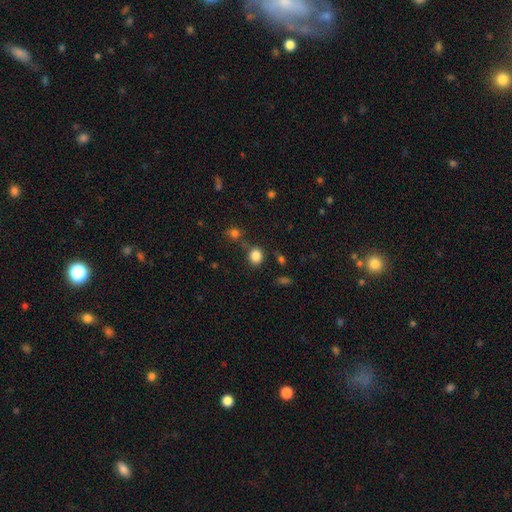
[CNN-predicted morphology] Overall: smooth (84%). How rounded: round (71%). Merging: none (76%).